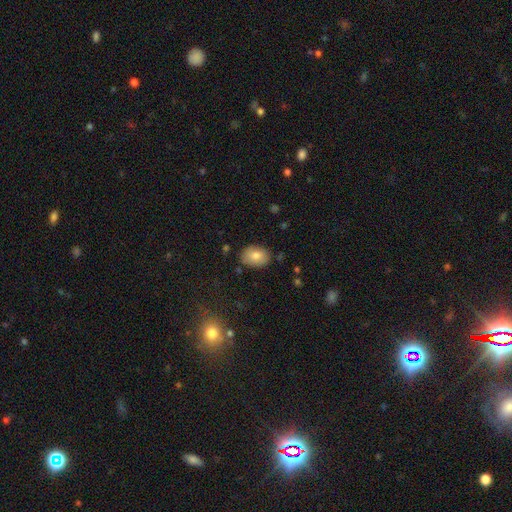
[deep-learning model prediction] A smooth galaxy with no disk features (79%) that is in between round and cigar-shaped (78%).

Vote fractions:
- Smooth or featured? smooth: 79% / featured or disk: 13% / star or artifact: 8%
- How rounded? in between: 78% / round: 21% / cigar-shaped: 1%
- Merging? none: 82% / minor disturbance: 14% / major disturbance: 3% / merger: 2%